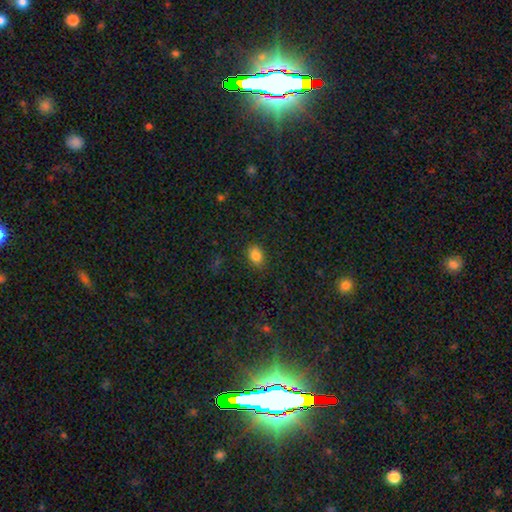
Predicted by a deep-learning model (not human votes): Overall: smooth (83%). How rounded: in between (71%). Merging: none (85%).